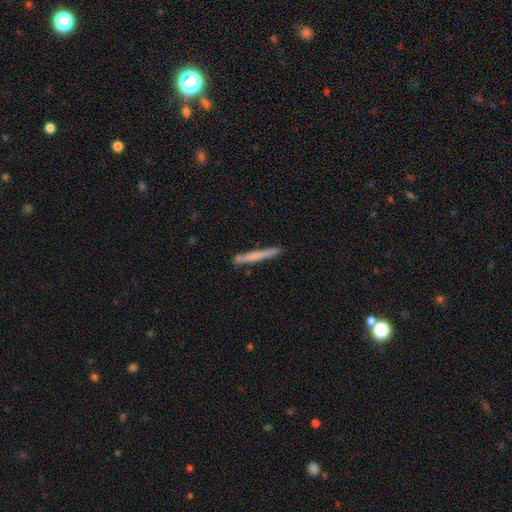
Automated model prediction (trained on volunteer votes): Smooth or featured? smooth (62%)
How rounded? cigar-shaped (96%)
Merging? none (84%)